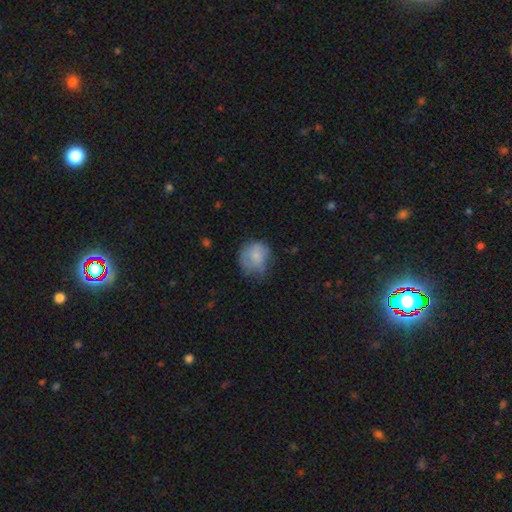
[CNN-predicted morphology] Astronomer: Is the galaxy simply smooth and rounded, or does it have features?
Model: smooth — 70%.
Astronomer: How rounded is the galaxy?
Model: round — 76%.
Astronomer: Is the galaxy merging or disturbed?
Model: none — 47% (runner-up: minor disturbance, 35%).